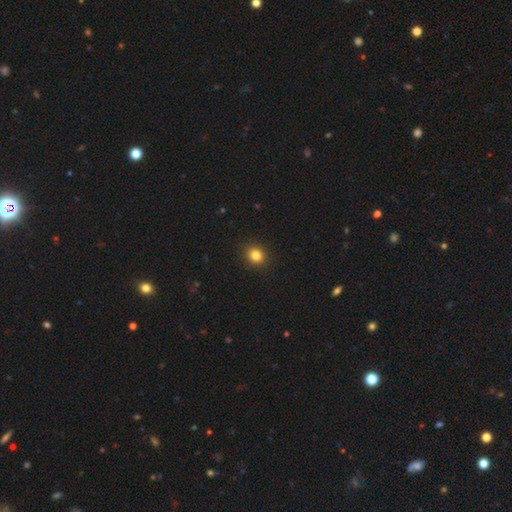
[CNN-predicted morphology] Smooth or featured: smooth — 83% (star or artifact — 12%)
How rounded: round — 82% (in between — 17%)
Merging: none — 91% (minor disturbance — 6%)